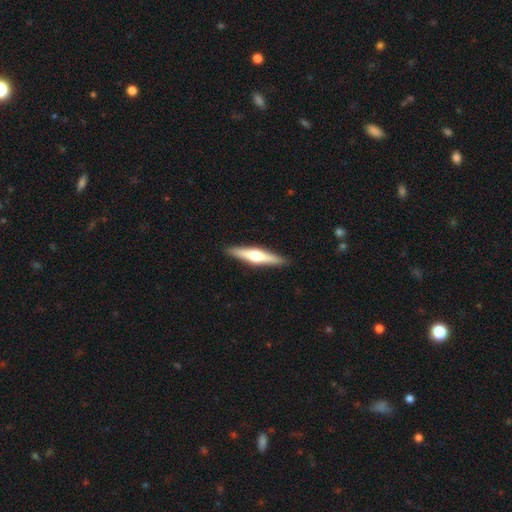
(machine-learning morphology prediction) Q: Smooth or featured?
A: featured or disk (60%); runner-up: smooth (35%)
Q: Edge-on disk?
A: yes (96%); runner-up: no (4%)
Q: Edge-on bulge?
A: rounded (93%); runner-up: boxy (4%)
Q: Merging?
A: none (91%); runner-up: minor disturbance (6%)